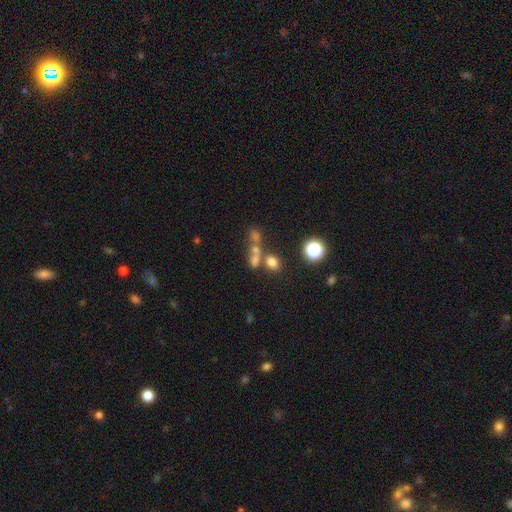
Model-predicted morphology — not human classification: smooth-or-featured: smooth: 61% | star or artifact: 22% | featured or disk: 16%
  how-rounded: round: 48% | in between: 47% | cigar-shaped: 5%
  merging: merger: 46% | none: 37% | minor disturbance: 9% | major disturbance: 7%